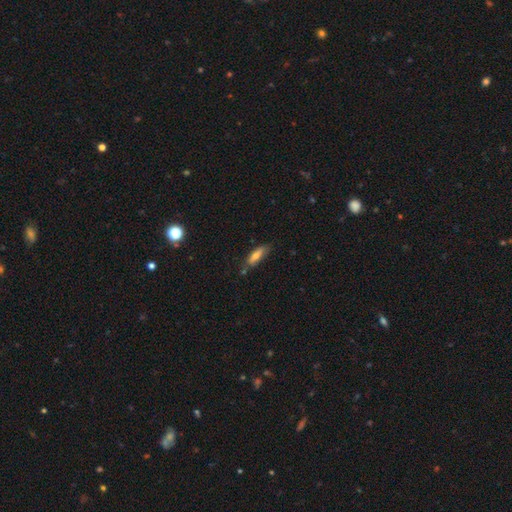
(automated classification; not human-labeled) Smooth or featured: smooth — 67% (featured or disk — 25%)
How rounded: cigar-shaped — 53% (in between — 45%)
Merging: none — 66% (minor disturbance — 24%)